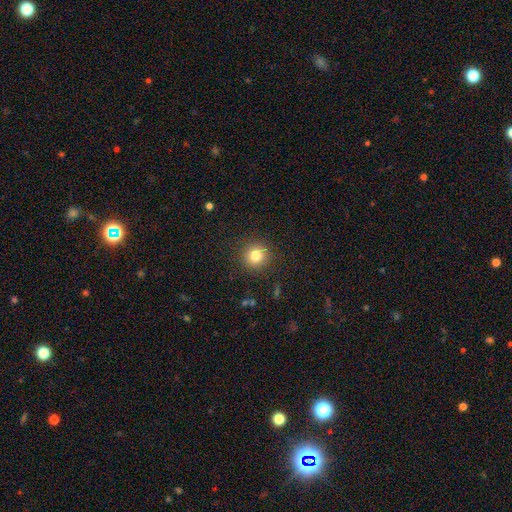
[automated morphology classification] A smooth galaxy with no disk features (81%) that is round (92%).

Vote fractions:
- Smooth or featured? smooth: 81% / star or artifact: 12% / featured or disk: 7%
- How rounded? round: 92% / in between: 7% / cigar-shaped: 1%
- Merging? none: 90% / minor disturbance: 7% / major disturbance: 2% / merger: 1%